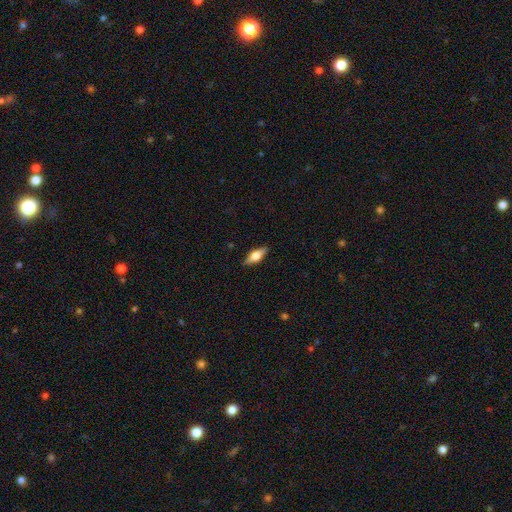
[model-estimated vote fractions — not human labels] A smooth galaxy with no disk features (47%, tied with featured or disk). Merging: none (88%).